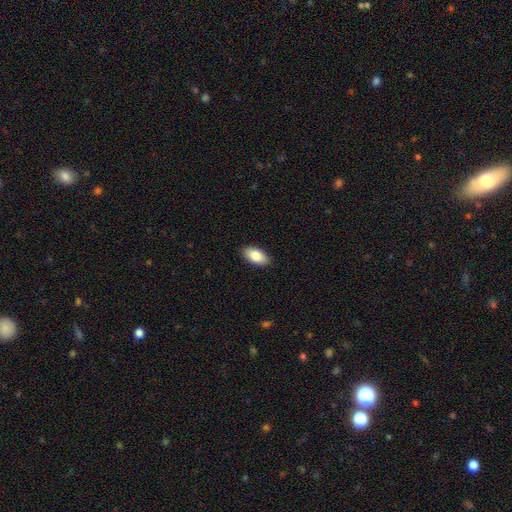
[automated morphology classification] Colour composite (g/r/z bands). It shows a smooth galaxy with no disk features (83%) that is in between round and cigar-shaped (94%). Merging: none (89%).